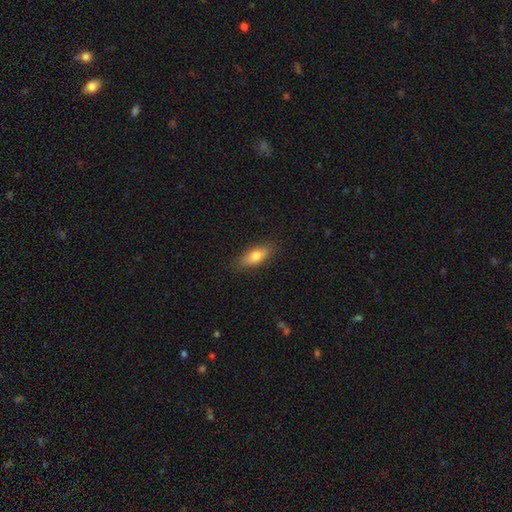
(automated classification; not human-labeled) Morphology: type=smooth (76%); roundness=in between (75%); merging=none (85%).